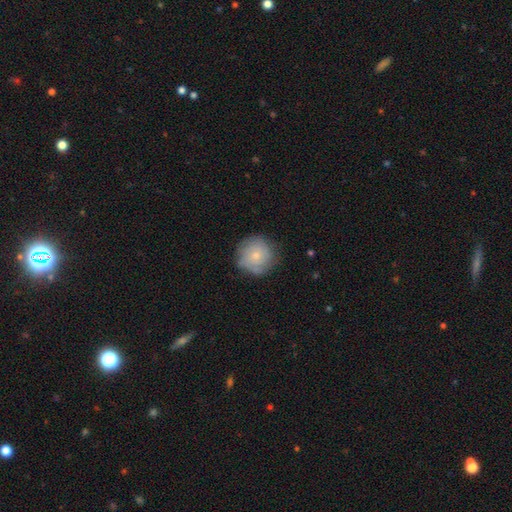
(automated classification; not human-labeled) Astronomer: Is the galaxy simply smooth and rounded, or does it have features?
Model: smooth — 57% (runner-up: featured or disk, 36%).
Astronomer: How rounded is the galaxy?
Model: round — 93%.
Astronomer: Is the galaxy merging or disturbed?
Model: none — 75%.